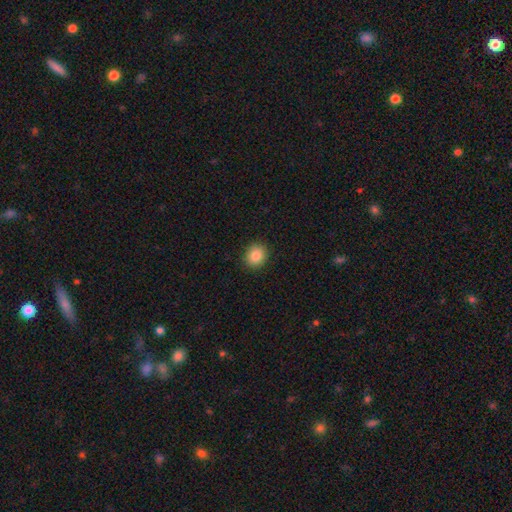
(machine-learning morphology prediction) type=smooth (85%); roundness=round (71%); merging=none (91%).